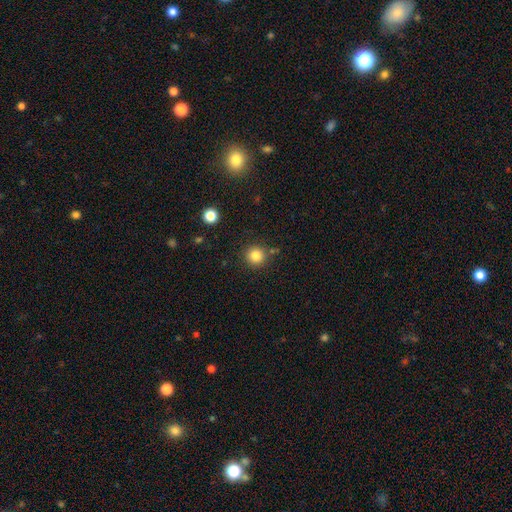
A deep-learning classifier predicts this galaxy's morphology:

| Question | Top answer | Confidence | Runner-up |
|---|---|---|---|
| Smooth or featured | smooth | 83% | star or artifact (12%) |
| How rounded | round | 94% | in between (5%) |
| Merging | none | 85% | minor disturbance (8%) |